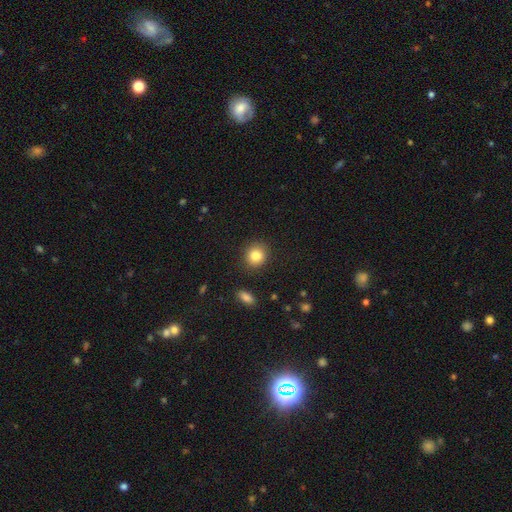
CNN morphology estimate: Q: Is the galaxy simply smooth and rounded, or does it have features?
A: smooth — 84%.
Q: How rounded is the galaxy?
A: round — 79%.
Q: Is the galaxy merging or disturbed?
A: none — 88%.